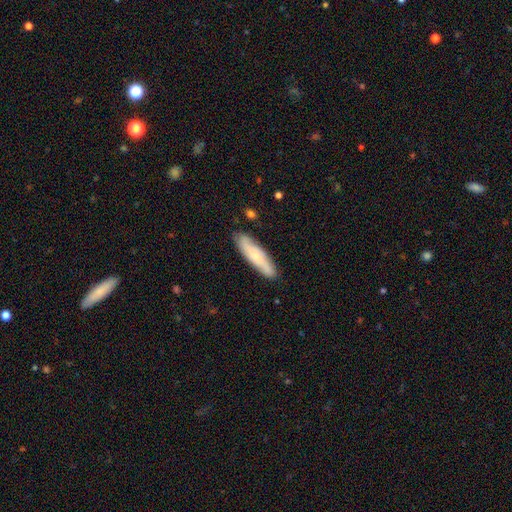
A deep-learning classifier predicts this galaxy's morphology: Smooth or featured? Predicted: smooth (p=0.60). How rounded? Predicted: cigar-shaped (p=0.75). Merging? Predicted: none (p=0.84).